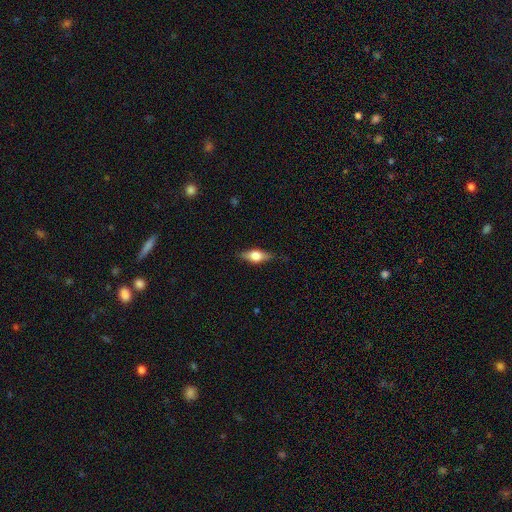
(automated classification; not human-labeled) The model was most divided on "smooth or featured": smooth: 51%, featured or disk: 42%, star or artifact: 7%. More confident: merging — none (80%); how rounded — in between (69%).